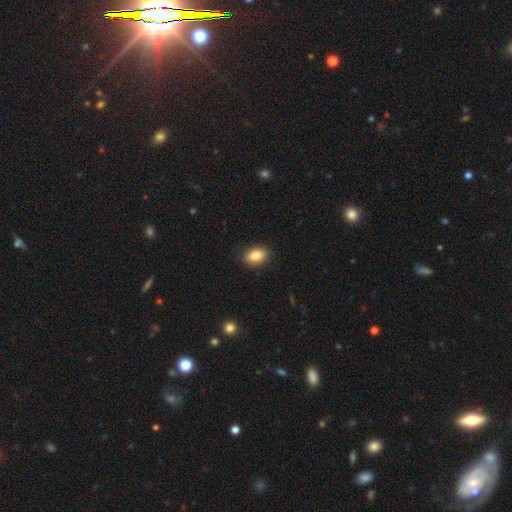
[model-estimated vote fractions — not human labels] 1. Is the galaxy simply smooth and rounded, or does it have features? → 85% smooth, 8% star or artifact, 7% featured or disk.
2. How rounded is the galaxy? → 87% in between, 11% round, 2% cigar-shaped.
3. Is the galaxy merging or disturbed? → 88% none, 9% minor disturbance, 2% major disturbance, 1% merger.